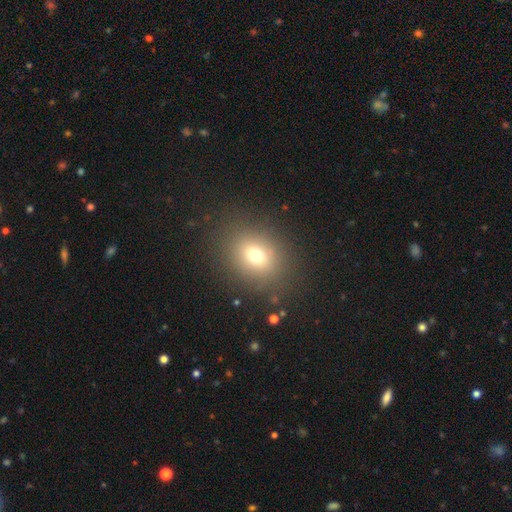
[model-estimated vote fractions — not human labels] Smooth or featured?
  - smooth: 70% *
  - star or artifact: 17%
  - featured or disk: 12%
How rounded?
  - round: 57% *
  - in between: 42%
  - cigar-shaped: 1%
Merging?
  - none: 84% *
  - minor disturbance: 9%
  - major disturbance: 5%
  - merger: 1%